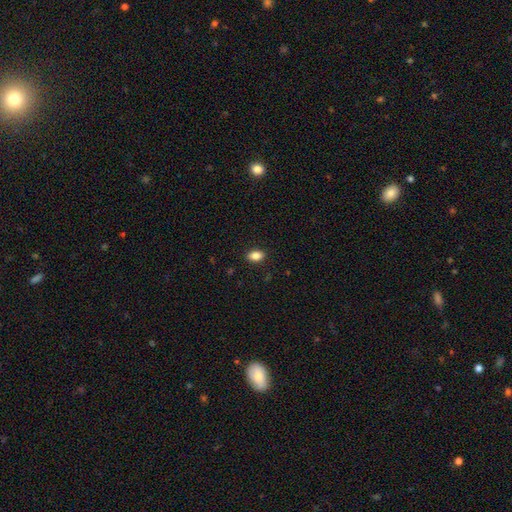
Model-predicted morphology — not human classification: type=smooth (85%); roundness=in between (88%); merging=none (89%).